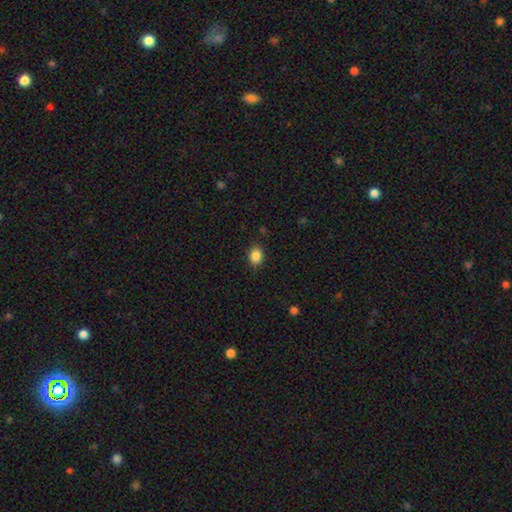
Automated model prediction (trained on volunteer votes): Q: Smooth or featured?
A: smooth (86%); runner-up: star or artifact (10%)
Q: How rounded?
A: in between (55%); runner-up: round (45%)
Q: Merging?
A: none (87%); runner-up: minor disturbance (10%)